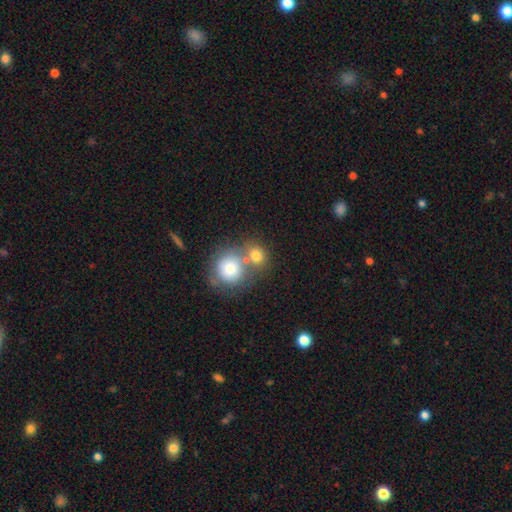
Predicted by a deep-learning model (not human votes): smooth-or-featured: smooth: 77% | featured or disk: 13% | star or artifact: 10%
  how-rounded: round: 76% | in between: 23% | cigar-shaped: 1%
  merging: merger: 48% | none: 39% | minor disturbance: 9% | major disturbance: 4%